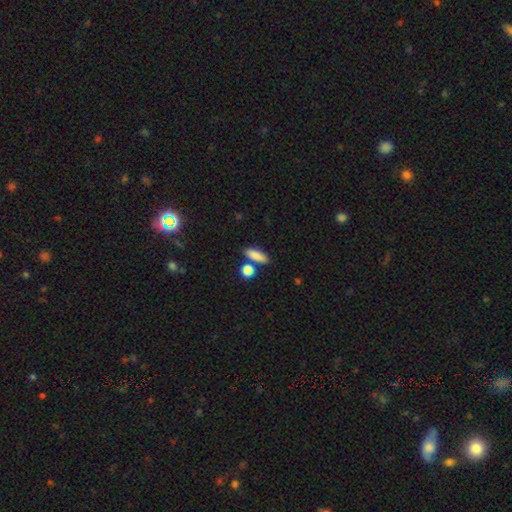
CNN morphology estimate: Smooth or featured? smooth (85%)
How rounded? in between (63%)
Merging? none (71%)